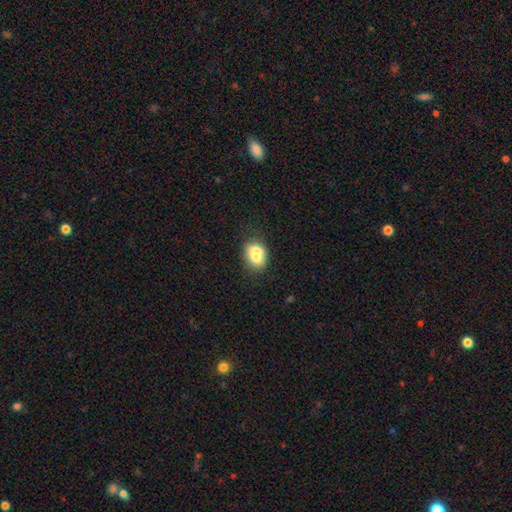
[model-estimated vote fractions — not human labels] This is likely a smooth galaxy (71%). How rounded: likely in between (60%). Merging: possibly none (47%).